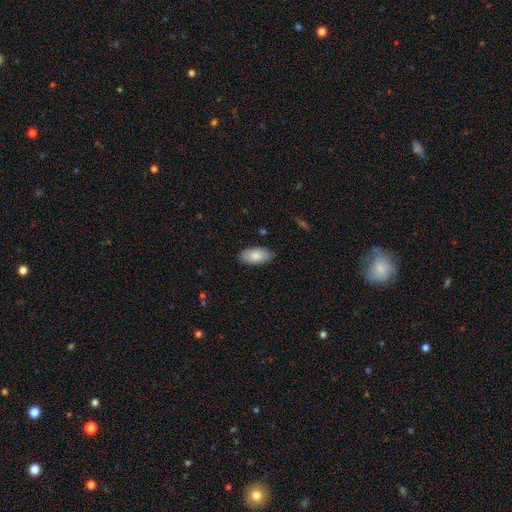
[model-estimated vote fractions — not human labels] Smooth or featured?
  - smooth: 83% *
  - featured or disk: 11%
  - star or artifact: 6%
How rounded?
  - in between: 94% *
  - cigar-shaped: 3%
  - round: 3%
Merging?
  - none: 83% *
  - minor disturbance: 14%
  - major disturbance: 2%
  - merger: 1%